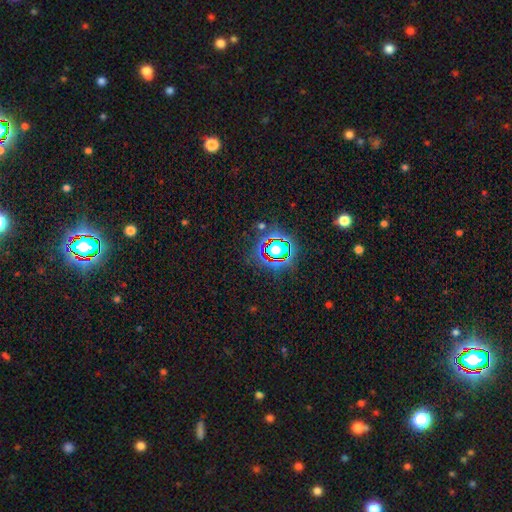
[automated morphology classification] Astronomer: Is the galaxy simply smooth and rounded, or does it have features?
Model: star or artifact — 82%.